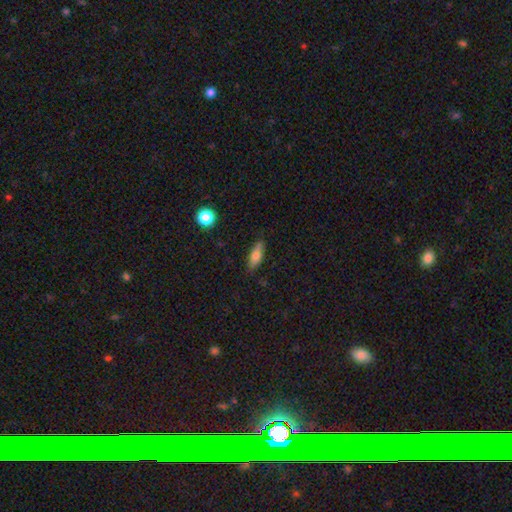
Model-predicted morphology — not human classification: Overall: smooth (74%). How rounded: in between (62%; cigar-shaped 35%). Merging: none (81%).